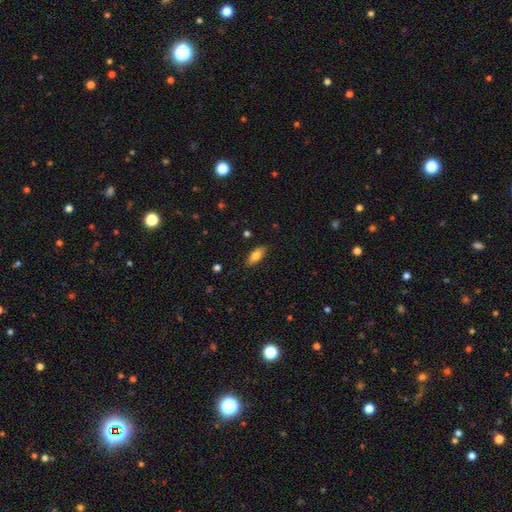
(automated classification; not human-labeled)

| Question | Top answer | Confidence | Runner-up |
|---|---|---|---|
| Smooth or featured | smooth | 77% | featured or disk (16%) |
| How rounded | in between | 78% | cigar-shaped (19%) |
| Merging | none | 85% | minor disturbance (12%) |